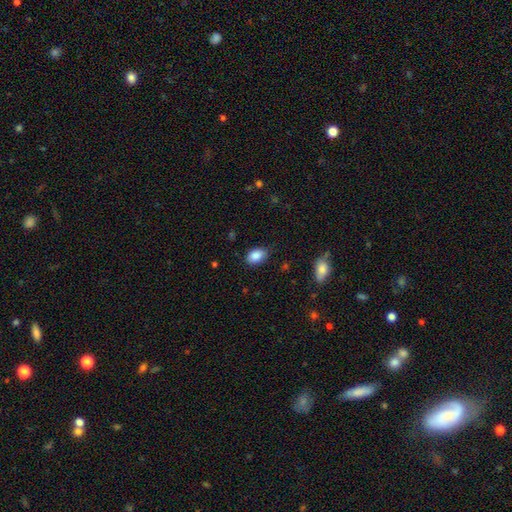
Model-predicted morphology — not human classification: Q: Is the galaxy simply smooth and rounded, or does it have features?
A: smooth — 88%.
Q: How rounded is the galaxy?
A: in between — 84%.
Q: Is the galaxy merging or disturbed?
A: none — 79%.